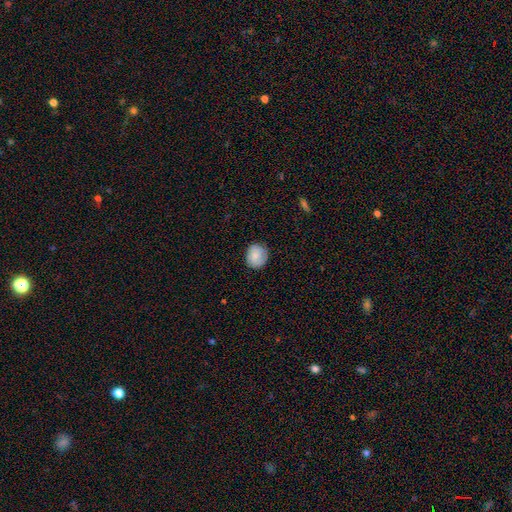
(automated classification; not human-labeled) Morphology: type=smooth (82%); roundness=round (74%); merging=none (81%).